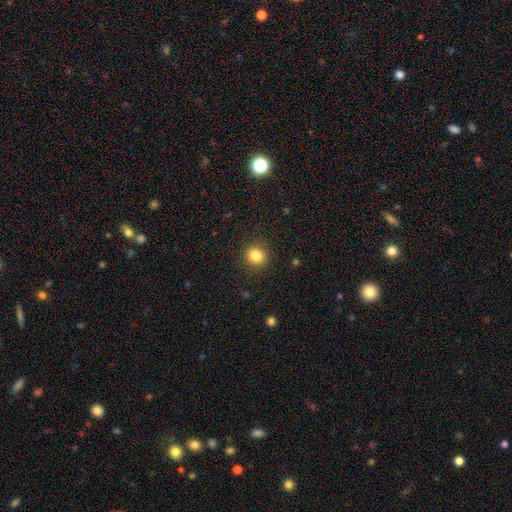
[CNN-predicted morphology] This appears to be a smooth galaxy with no disk features (83%) that is round (82%). Merging: none (89%).